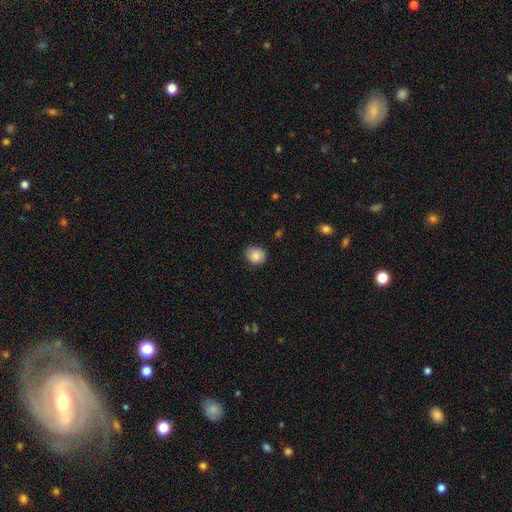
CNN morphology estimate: smooth 87%, star or artifact 8%, featured or disk 5%. Down the decision tree: how rounded — round (73%); merging — none (83%).